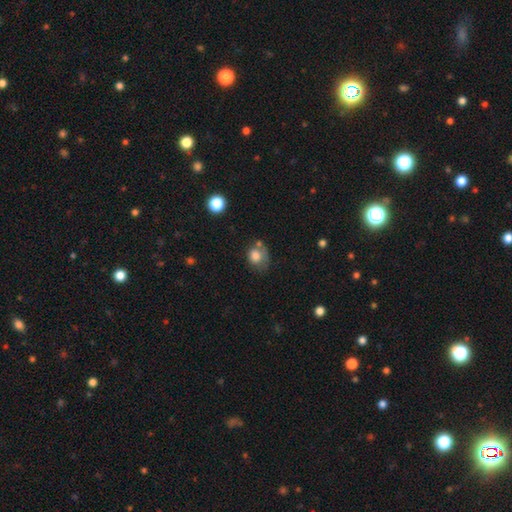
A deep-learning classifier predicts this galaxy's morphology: This is likely a smooth galaxy (78%). How rounded: likely round (65%). Merging: marginally none (43%).